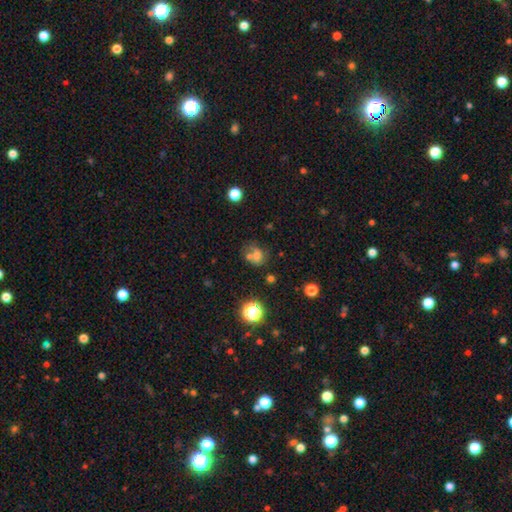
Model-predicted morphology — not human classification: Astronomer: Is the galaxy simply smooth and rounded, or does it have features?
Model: smooth — 60%.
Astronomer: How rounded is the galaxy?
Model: round — 58% (runner-up: in between, 41%).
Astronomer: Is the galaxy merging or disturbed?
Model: none — 39% (runner-up: merger, 35%).